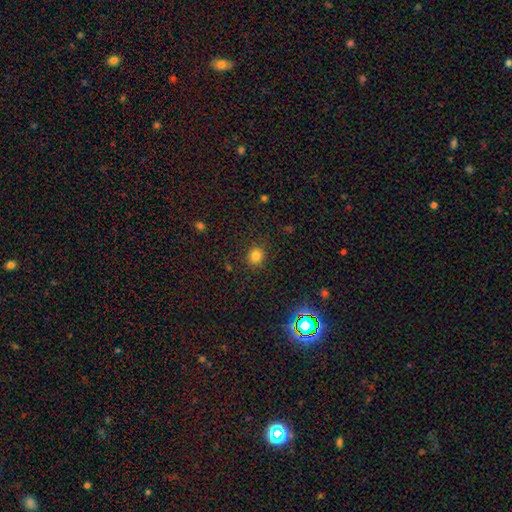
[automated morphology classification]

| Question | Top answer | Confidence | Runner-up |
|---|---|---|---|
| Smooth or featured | smooth | 81% | star or artifact (14%) |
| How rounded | round | 83% | in between (16%) |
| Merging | none | 87% | minor disturbance (8%) |